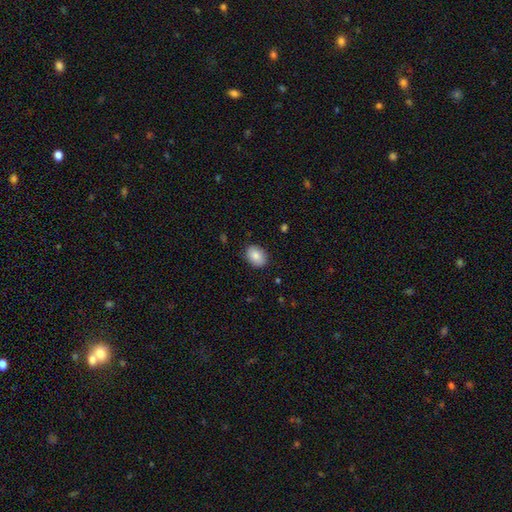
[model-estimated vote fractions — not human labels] A smooth galaxy with no disk features (86%) that is in between round and cigar-shaped (74%). Merging: none (87%).